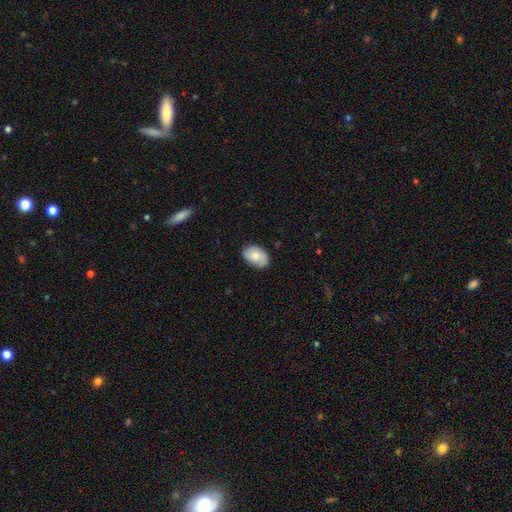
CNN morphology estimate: type=smooth (72%); roundness=in between (86%); merging=none (78%).